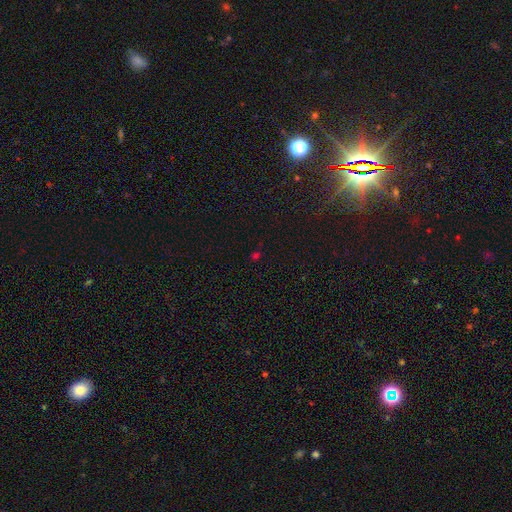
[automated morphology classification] Smooth or featured: star or artifact — 54% (smooth — 39%)